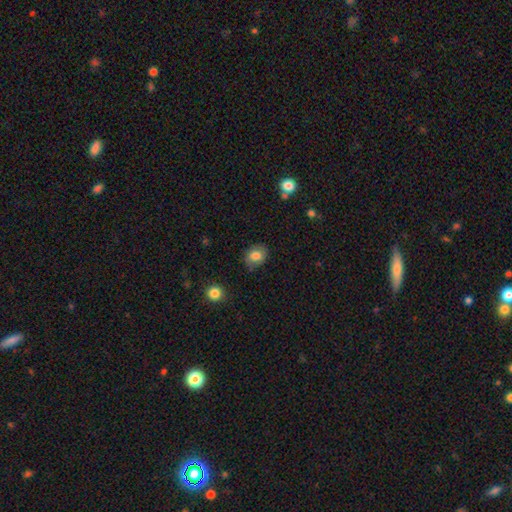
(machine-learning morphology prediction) type=smooth (81%); roundness=in between (53%); merging=none (78%).